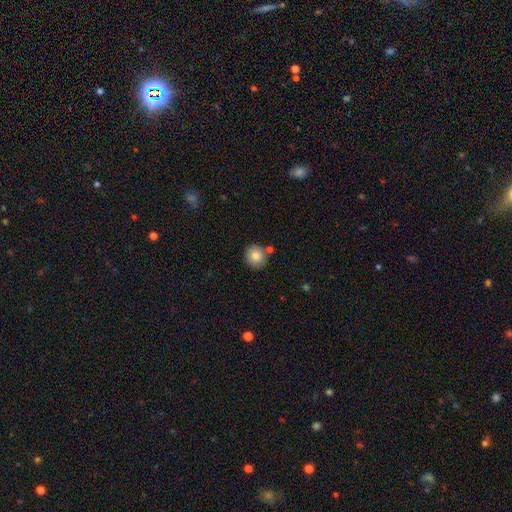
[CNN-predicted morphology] A smooth galaxy with no disk features (82%) that is round (91%).

Vote fractions:
- Smooth or featured? smooth: 82% / featured or disk: 9% / star or artifact: 9%
- How rounded? round: 91% / in between: 8% / cigar-shaped: 1%
- Merging? none: 79% / minor disturbance: 10% / merger: 9% / major disturbance: 2%